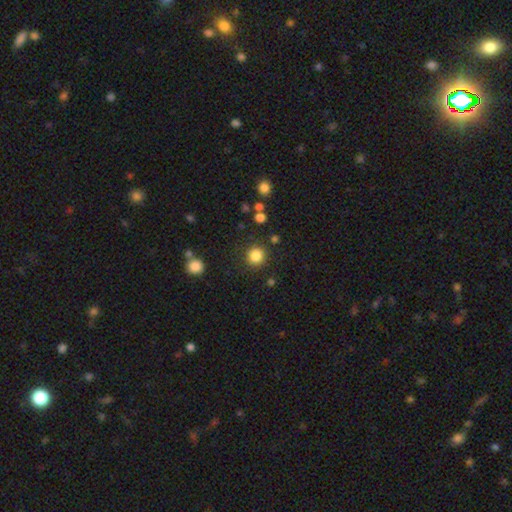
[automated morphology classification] Smooth or featured: smooth — 85% (star or artifact — 11%)
How rounded: round — 92% (in between — 7%)
Merging: none — 88% (minor disturbance — 6%)